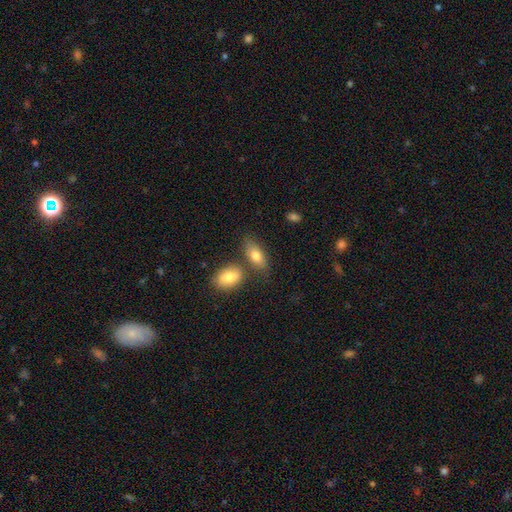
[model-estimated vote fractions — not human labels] smooth 79%, featured or disk 14%, star or artifact 7%. Down the decision tree: how rounded — in between (87%); merging — none (60%).